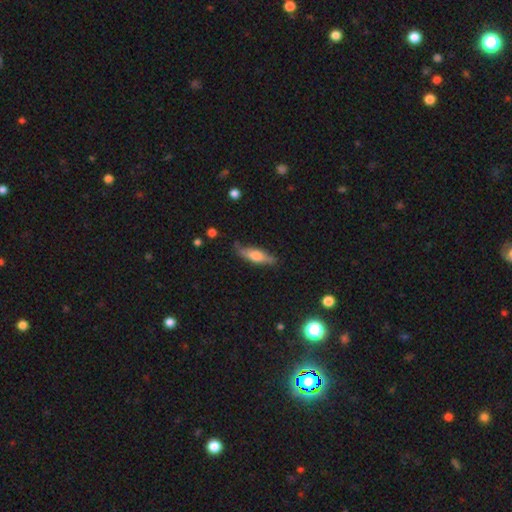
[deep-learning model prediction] Q: Smooth or featured?
A: smooth (58%); runner-up: featured or disk (35%)
Q: How rounded?
A: cigar-shaped (54%); runner-up: in between (43%)
Q: Merging?
A: none (79%); runner-up: minor disturbance (16%)